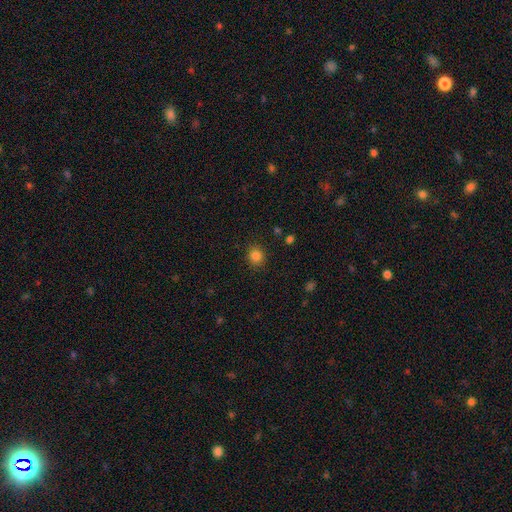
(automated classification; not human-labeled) Overall: smooth (83%). How rounded: round (82%). Merging: none (88%).